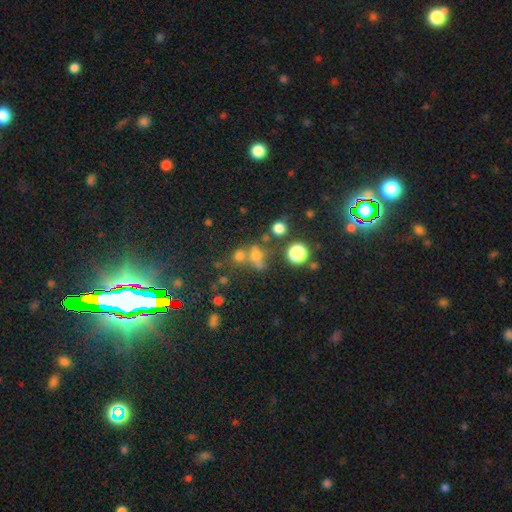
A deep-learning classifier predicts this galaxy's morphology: The model was most divided on "merging": none: 42%, merger: 36%, minor disturbance: 13%, major disturbance: 9%. More confident: smooth or featured — smooth (61%); how rounded — round (59%).